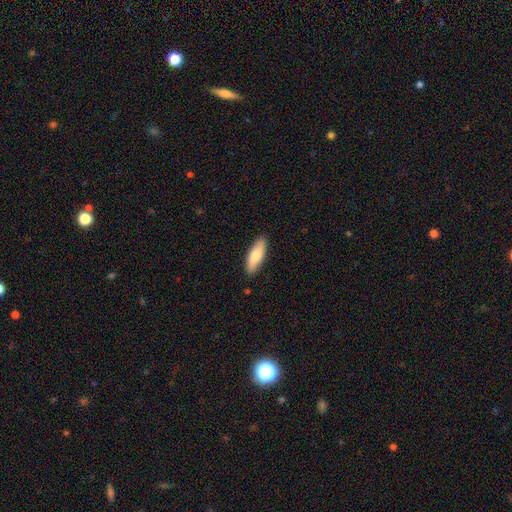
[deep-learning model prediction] smooth 76%, featured or disk 19%, star or artifact 5%. Down the decision tree: how rounded — in between (61%); merging — none (88%).